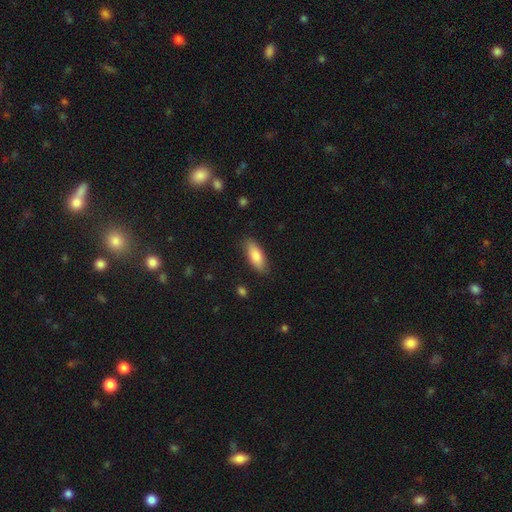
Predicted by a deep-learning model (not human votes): Smooth or featured? Predicted: smooth (p=0.84). How rounded? Predicted: in between (p=0.74). Merging? Predicted: none (p=0.84).